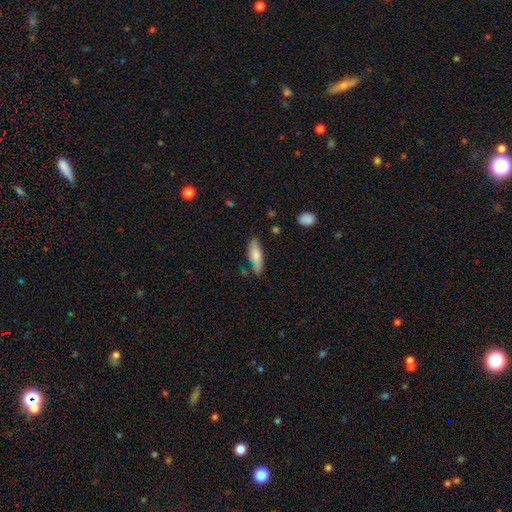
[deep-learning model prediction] This is likely a smooth galaxy (68%). How rounded: possibly in between (52%). Merging: likely none (69%).